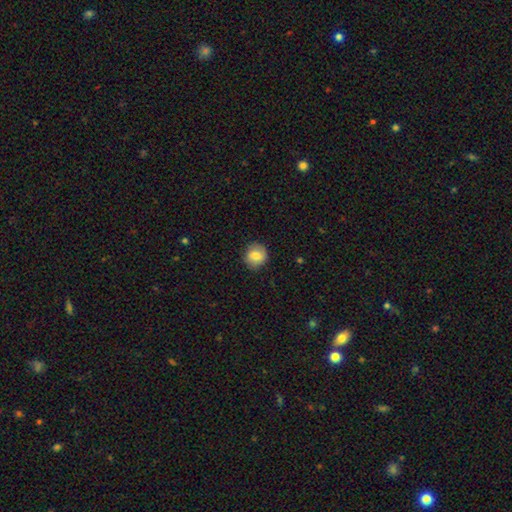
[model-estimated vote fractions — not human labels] Smooth or featured: smooth — 79% (featured or disk — 13%)
How rounded: round — 88% (in between — 11%)
Merging: none — 86% (minor disturbance — 10%)